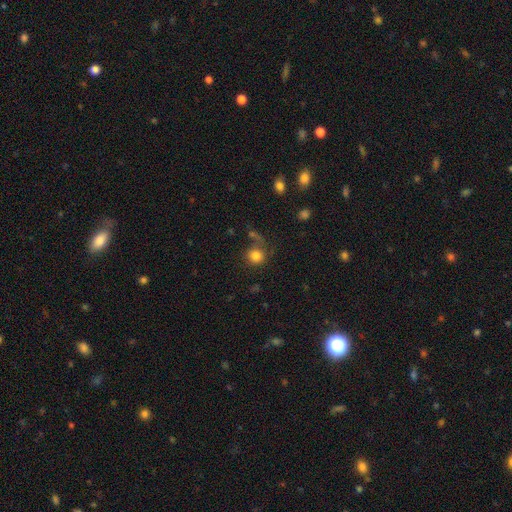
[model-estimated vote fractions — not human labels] Smooth or featured? Predicted: smooth (p=0.82). How rounded? Predicted: round (p=0.88). Merging? Predicted: none (p=0.63).